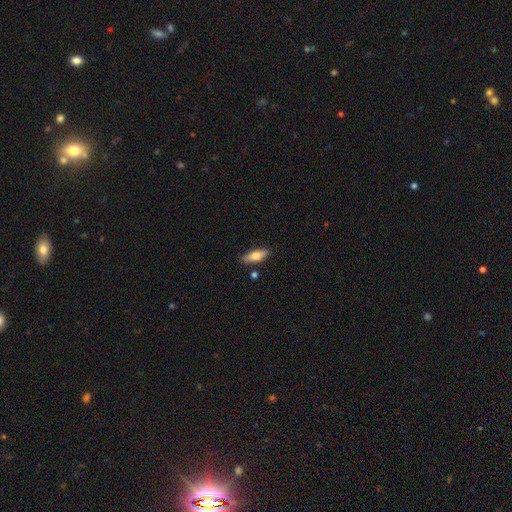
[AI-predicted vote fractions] smooth-or-featured: smooth: 69% | featured or disk: 24% | star or artifact: 6%
  how-rounded: in between: 62% | cigar-shaped: 35% | round: 3%
  merging: none: 81% | minor disturbance: 13% | merger: 4% | major disturbance: 2%